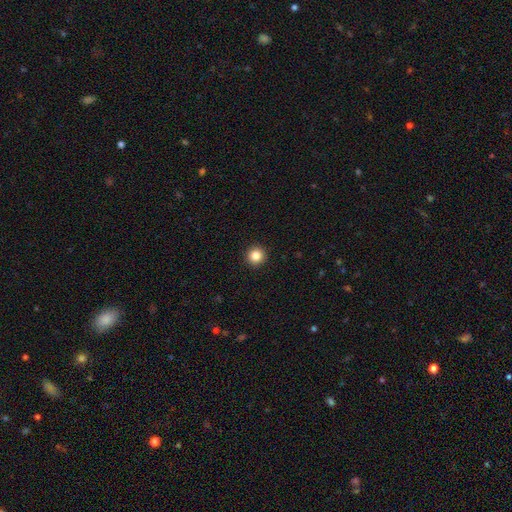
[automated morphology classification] This is clearly a smooth galaxy (85%). How rounded: clearly round (95%). Merging: clearly none (94%).